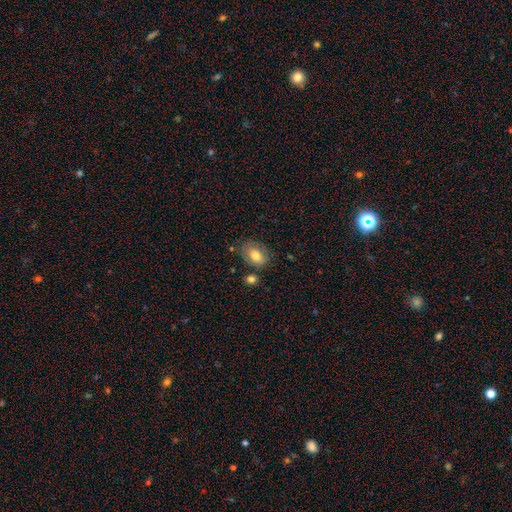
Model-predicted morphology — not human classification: A smooth galaxy with no disk features (78%) that is in between round and cigar-shaped (81%).

Vote fractions:
- Smooth or featured? smooth: 78% / featured or disk: 15% / star or artifact: 8%
- How rounded? in between: 81% / round: 18% / cigar-shaped: 1%
- Merging? none: 69% / minor disturbance: 19% / merger: 7% / major disturbance: 5%